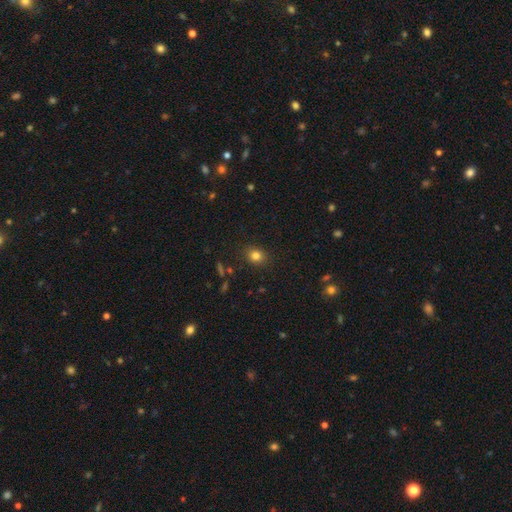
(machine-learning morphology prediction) A smooth galaxy with no disk features (80%) that is round (66%).

Vote fractions:
- Smooth or featured? smooth: 80% / star or artifact: 13% / featured or disk: 6%
- How rounded? round: 66% / in between: 33% / cigar-shaped: 1%
- Merging? none: 87% / minor disturbance: 9% / major disturbance: 2% / merger: 1%